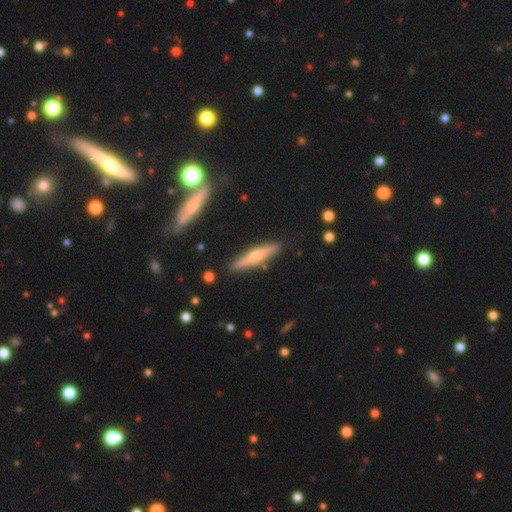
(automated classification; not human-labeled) Smooth or featured?
  - featured or disk: 56% *
  - smooth: 37%
  - star or artifact: 6%
Edge-on disk?
  - yes: 95% *
  - no: 5%
Edge-on bulge?
  - rounded: 84% *
  - none: 10%
  - boxy: 5%
Merging?
  - none: 87% *
  - minor disturbance: 9%
  - merger: 2%
  - major disturbance: 2%